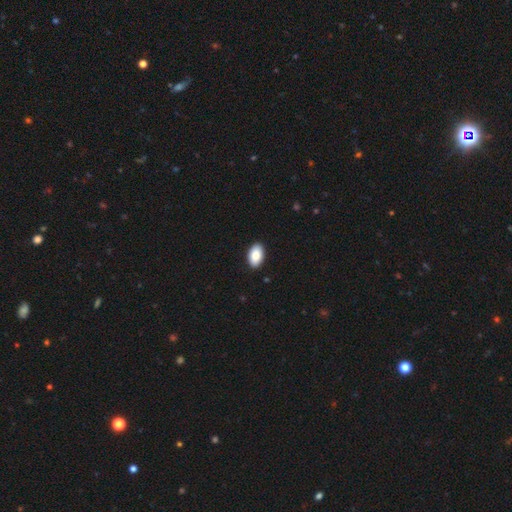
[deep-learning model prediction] smooth_or_featured: smooth (p=0.87) [alt: featured or disk p=0.07]
how_rounded: in between (p=0.94) [alt: round p=0.04]
merging: none (p=0.91) [alt: minor disturbance p=0.07]